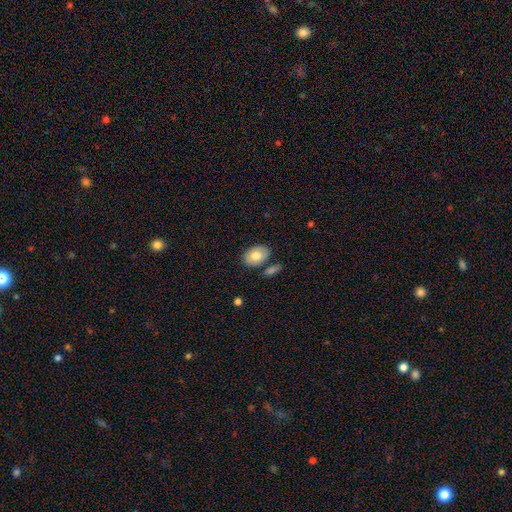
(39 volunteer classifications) Smooth or featured? smooth (72%)
How rounded? in between (86%)
Merging? none (73%)